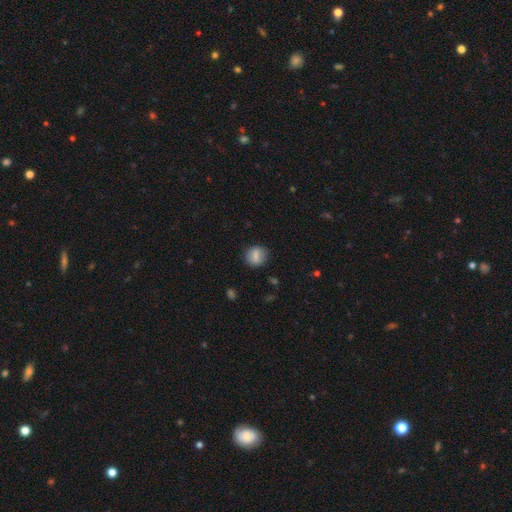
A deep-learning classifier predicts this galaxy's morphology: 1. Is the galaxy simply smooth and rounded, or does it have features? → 75% smooth, 17% featured or disk, 8% star or artifact.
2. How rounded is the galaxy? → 71% round, 27% in between, 2% cigar-shaped.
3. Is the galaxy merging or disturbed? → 85% none, 11% minor disturbance, 3% major disturbance, 1% merger.